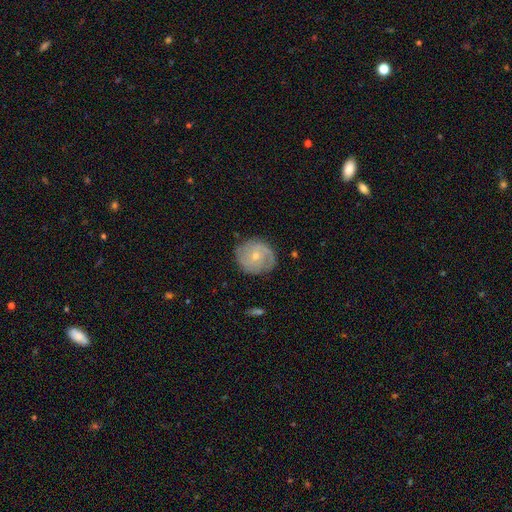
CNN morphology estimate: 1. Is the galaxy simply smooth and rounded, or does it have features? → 73% featured or disk, 21% smooth, 6% star or artifact.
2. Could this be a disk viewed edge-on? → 98% no, 2% yes.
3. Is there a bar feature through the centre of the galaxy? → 69% no, 27% weak, 4% strong.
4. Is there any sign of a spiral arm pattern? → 92% yes, 8% no.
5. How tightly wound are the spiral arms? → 52% tight, 36% medium, 11% loose.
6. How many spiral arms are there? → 42% 2, 24% can't tell, 20% 3, 5% 1, 5% 4, 4% more than 4.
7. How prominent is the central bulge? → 59% small, 38% moderate, 1% none, 1% large, 1% dominant.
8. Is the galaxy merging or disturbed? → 79% none, 15% minor disturbance, 4% major disturbance, 1% merger.